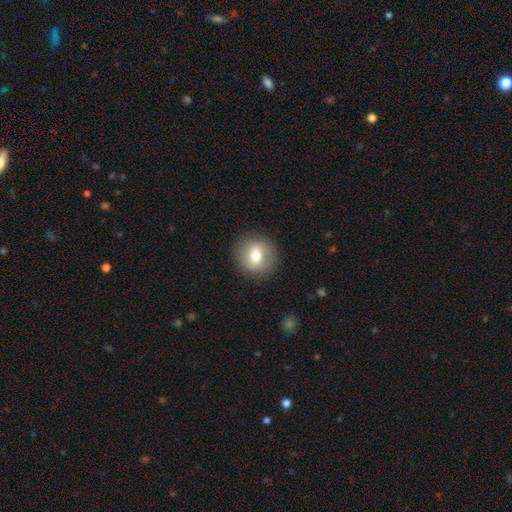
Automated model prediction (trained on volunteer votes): Smooth or featured? smooth (68%)
How rounded? round (89%)
Merging? none (89%)